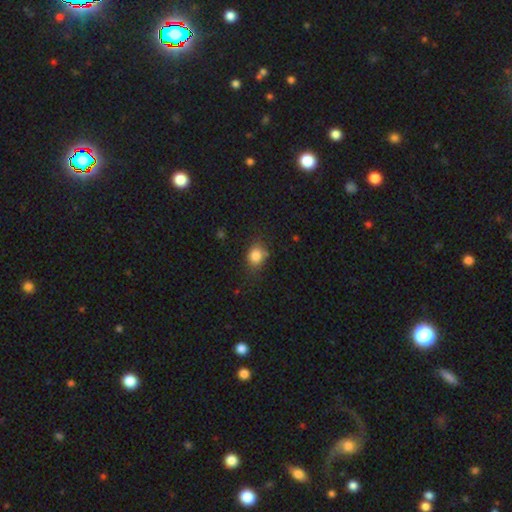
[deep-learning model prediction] Smooth or featured: smooth — 82% (star or artifact — 11%)
How rounded: round — 52% (in between — 47%)
Merging: none — 69% (minor disturbance — 22%)